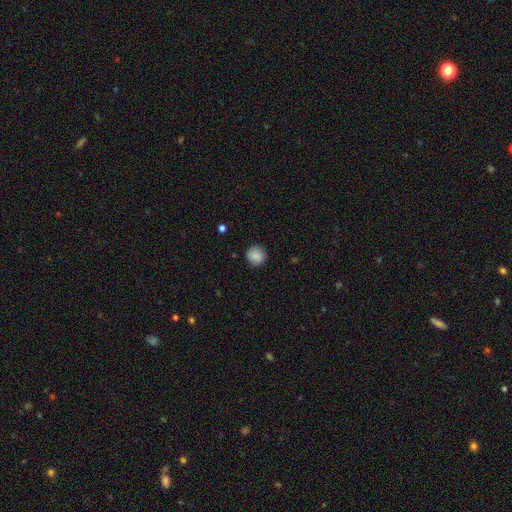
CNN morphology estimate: Smooth or featured? Predicted: smooth (p=0.87). How rounded? Predicted: round (p=0.93). Merging? Predicted: none (p=0.90).